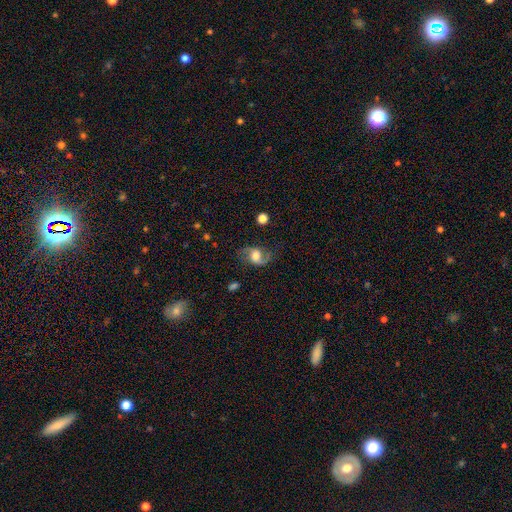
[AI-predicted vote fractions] Smooth or featured? Predicted: featured or disk (p=0.75). Edge-on disk? Predicted: no (p=0.97). Bar? Predicted: no (p=0.49). Spiral arms? Predicted: yes (p=0.93). Spiral winding? Predicted: loose (p=0.60). Spiral arm count? Predicted: 2 (p=0.91). Bulge size? Predicted: moderate (p=0.45). Merging? Predicted: none (p=0.72).